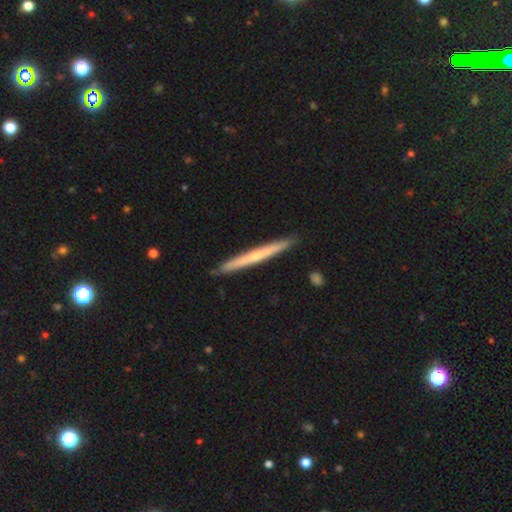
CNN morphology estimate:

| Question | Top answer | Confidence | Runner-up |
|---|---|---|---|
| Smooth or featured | featured or disk | 53% | smooth (42%) |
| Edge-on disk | yes | 97% | no (3%) |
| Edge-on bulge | none | 60% | rounded (36%) |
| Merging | none | 91% | minor disturbance (7%) |